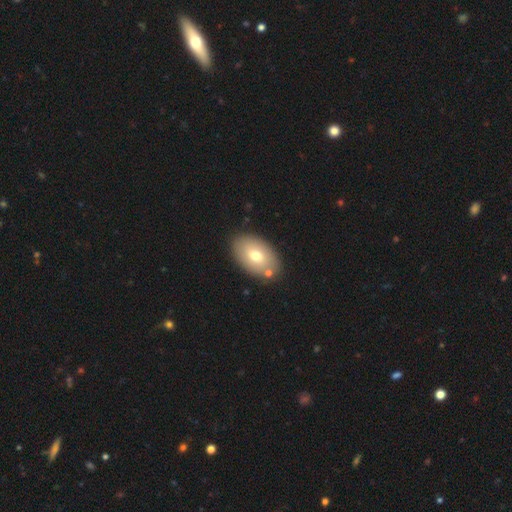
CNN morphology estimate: Smooth or featured?
  - smooth: 71% *
  - featured or disk: 22%
  - star or artifact: 7%
How rounded?
  - in between: 91% *
  - round: 8%
  - cigar-shaped: 1%
Merging?
  - none: 81% *
  - minor disturbance: 10%
  - merger: 6%
  - major disturbance: 3%